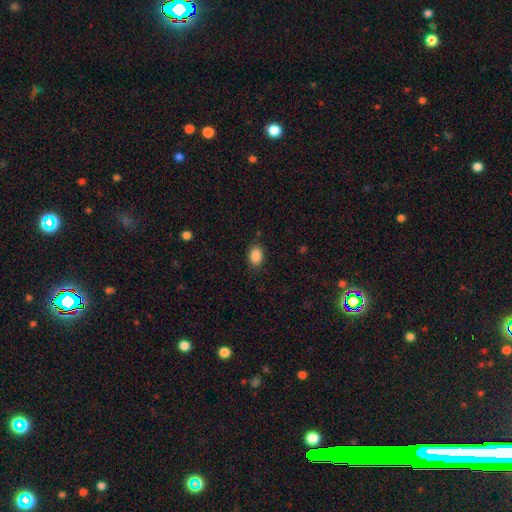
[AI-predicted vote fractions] Q: Smooth or featured?
A: smooth (88%); runner-up: star or artifact (8%)
Q: How rounded?
A: in between (78%); runner-up: round (21%)
Q: Merging?
A: none (85%); runner-up: minor disturbance (11%)